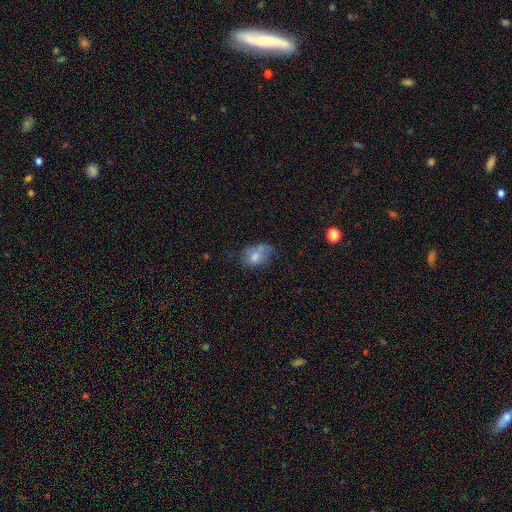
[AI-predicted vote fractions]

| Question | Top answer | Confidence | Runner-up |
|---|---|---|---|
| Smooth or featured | smooth | 66% | featured or disk (23%) |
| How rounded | in between | 78% | round (20%) |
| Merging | none | 37% | minor disturbance (32%) |